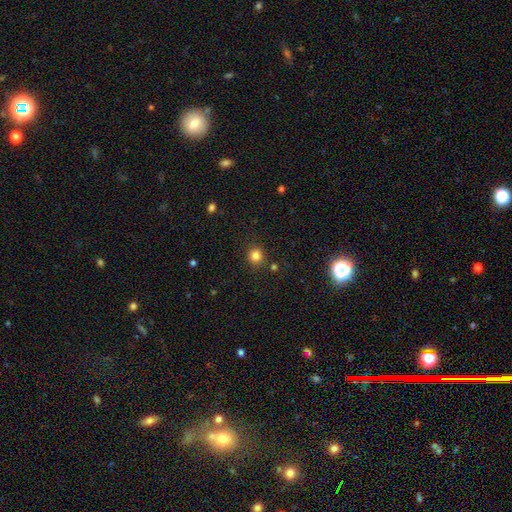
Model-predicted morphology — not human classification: The model was most divided on "smooth or featured": smooth: 81%, star or artifact: 14%, featured or disk: 5%. More confident: how rounded — round (90%); merging — none (87%).